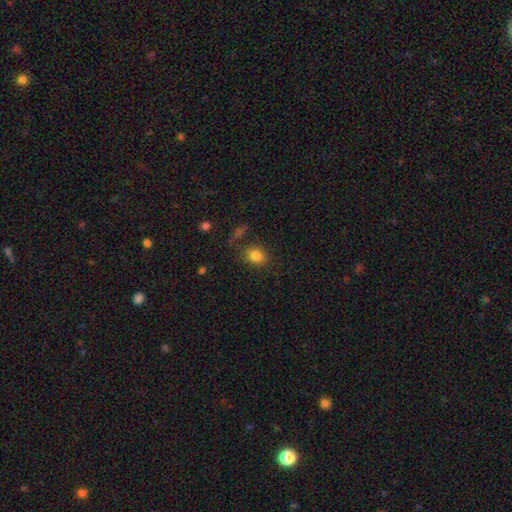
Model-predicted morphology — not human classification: smooth-or-featured: smooth: 83% | star or artifact: 11% | featured or disk: 6%
  how-rounded: round: 61% | in between: 38% | cigar-shaped: 1%
  merging: none: 78% | minor disturbance: 13% | major disturbance: 5% | merger: 4%